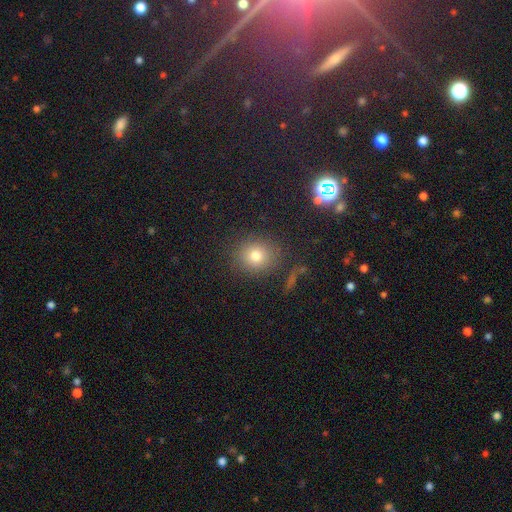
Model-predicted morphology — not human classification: Q: Smooth or featured?
A: smooth (74%); runner-up: star or artifact (17%)
Q: How rounded?
A: round (82%); runner-up: in between (17%)
Q: Merging?
A: none (85%); runner-up: minor disturbance (9%)